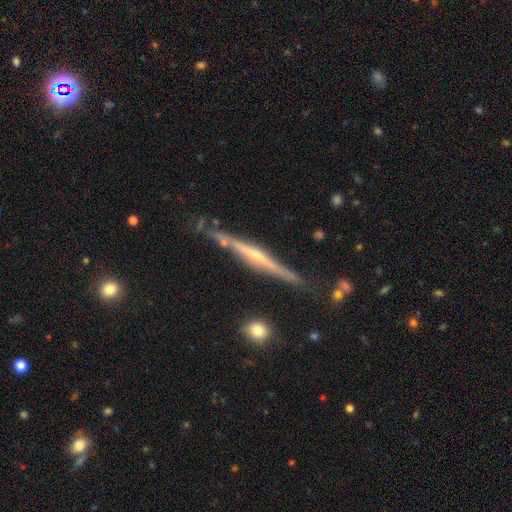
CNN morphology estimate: Smooth or featured? Predicted: featured or disk (p=0.78). Edge-on disk? Predicted: yes (p=0.97). Edge-on bulge? Predicted: rounded (p=0.59). Merging? Predicted: none (p=0.81).